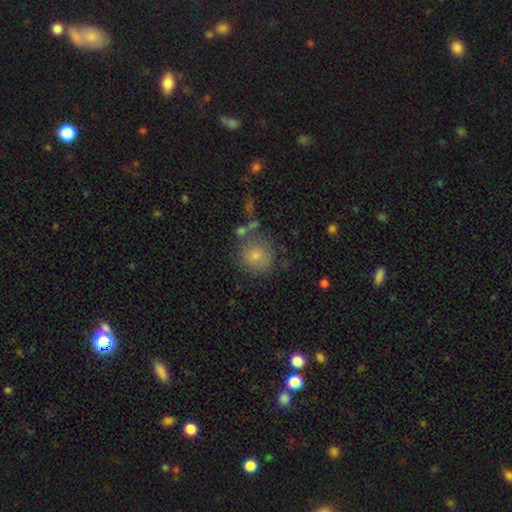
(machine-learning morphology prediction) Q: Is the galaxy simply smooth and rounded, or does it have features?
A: smooth — 77%.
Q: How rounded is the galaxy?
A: round — 87%.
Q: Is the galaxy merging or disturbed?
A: none — 66%.